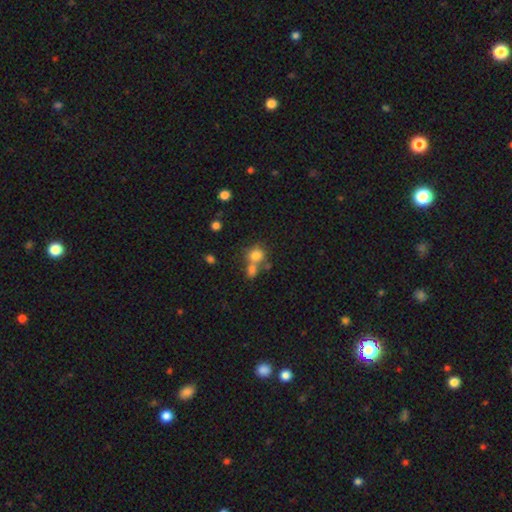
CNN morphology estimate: This is likely a smooth galaxy (78%). How rounded: clearly round (83%). Merging: marginally none (45%).